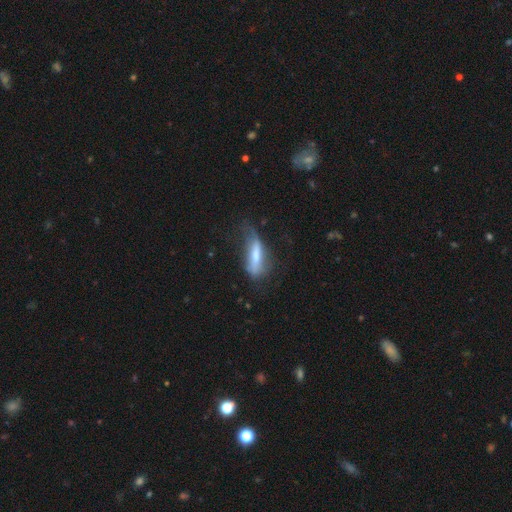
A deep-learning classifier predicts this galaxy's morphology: smooth-or-featured: smooth: 57% | featured or disk: 36% | star or artifact: 8%
  how-rounded: cigar-shaped: 54% | in between: 44% | round: 2%
  merging: none: 33% | minor disturbance: 32% | major disturbance: 31% | merger: 3%